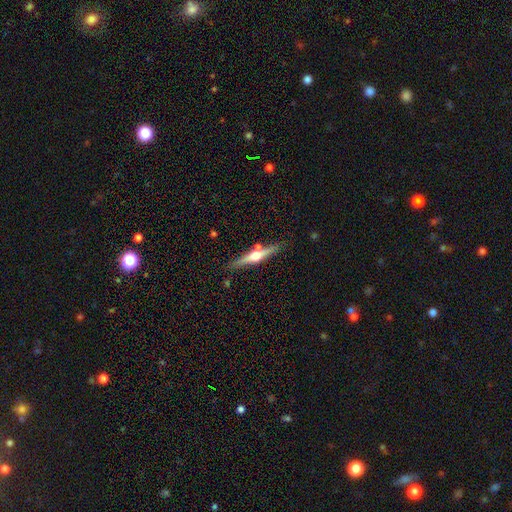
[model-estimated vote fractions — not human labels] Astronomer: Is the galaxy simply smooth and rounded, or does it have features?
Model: featured or disk — 71%.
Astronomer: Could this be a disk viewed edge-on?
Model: yes — 97%.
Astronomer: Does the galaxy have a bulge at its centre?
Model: rounded — 93%.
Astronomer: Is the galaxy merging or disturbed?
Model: none — 82%.